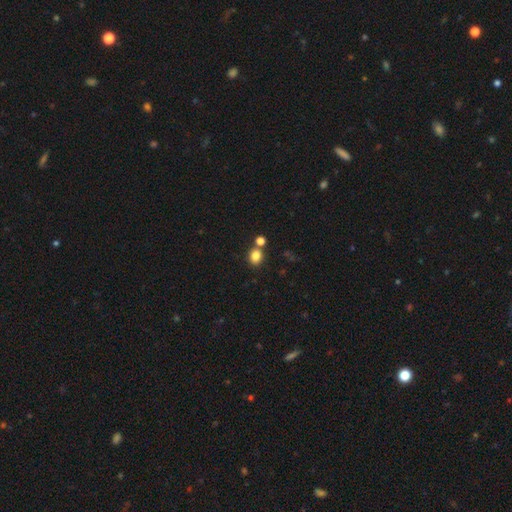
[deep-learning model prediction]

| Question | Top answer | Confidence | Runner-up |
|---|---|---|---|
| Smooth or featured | smooth | 83% | star or artifact (12%) |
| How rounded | round | 63% | in between (36%) |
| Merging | none | 70% | merger (18%) |